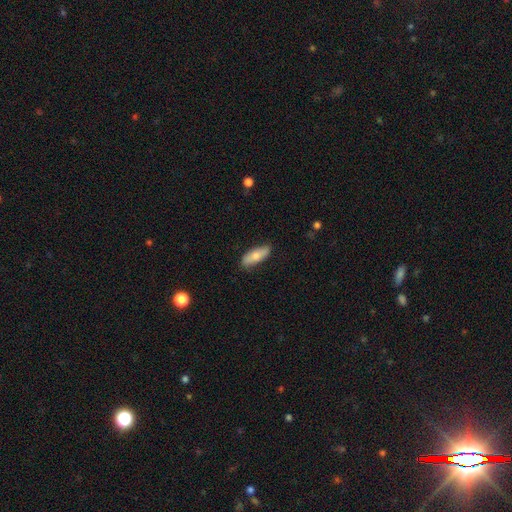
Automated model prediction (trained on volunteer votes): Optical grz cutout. It shows a smooth galaxy with no disk features (71%) that is in between round and cigar-shaped (63%). Merging: none (83%).